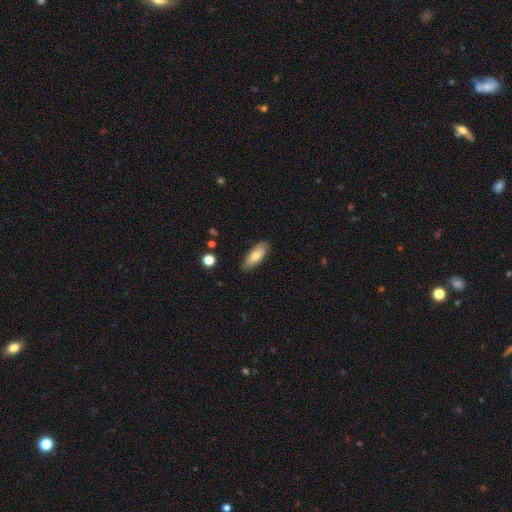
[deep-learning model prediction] smooth-or-featured: smooth: 72% | featured or disk: 22% | star or artifact: 6%
  how-rounded: in between: 77% | cigar-shaped: 21% | round: 2%
  merging: none: 87% | minor disturbance: 10% | major disturbance: 2% | merger: 1%